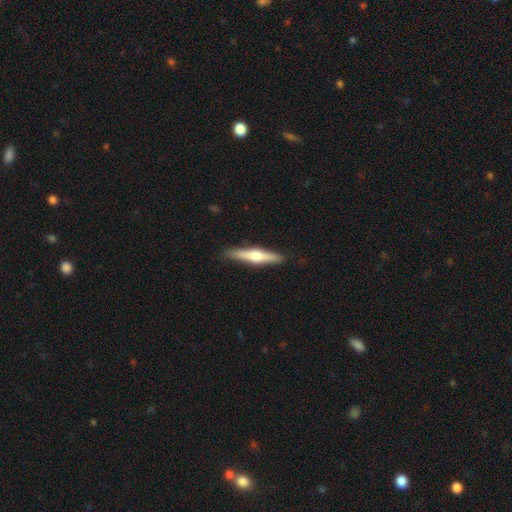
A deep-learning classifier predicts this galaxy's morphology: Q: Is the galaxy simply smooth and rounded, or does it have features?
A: featured or disk — 56%.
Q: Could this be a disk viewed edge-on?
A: yes — 97%.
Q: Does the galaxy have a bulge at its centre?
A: rounded — 88%.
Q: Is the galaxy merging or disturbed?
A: none — 90%.